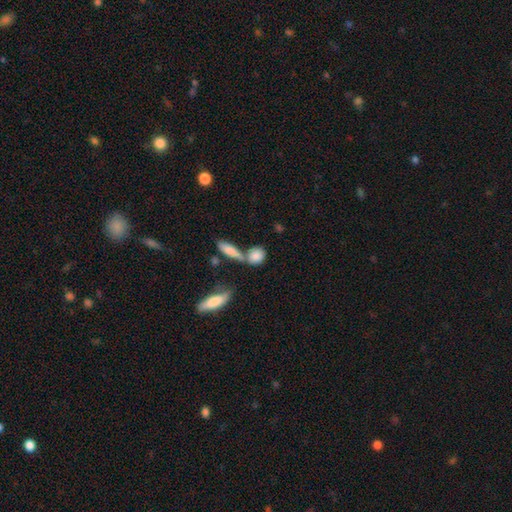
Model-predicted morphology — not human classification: Overall: smooth (84%). How rounded: round (50%; in between 38%). Merging: none (47%; merger 35%).